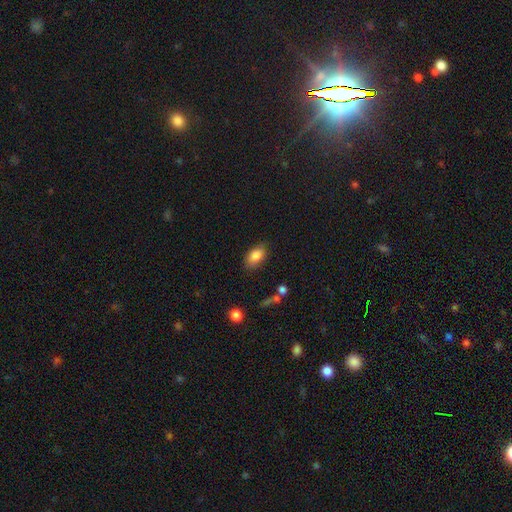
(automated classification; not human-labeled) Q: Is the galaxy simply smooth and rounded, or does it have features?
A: smooth — 84%.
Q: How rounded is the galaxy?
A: in between — 90%.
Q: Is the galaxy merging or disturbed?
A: none — 81%.